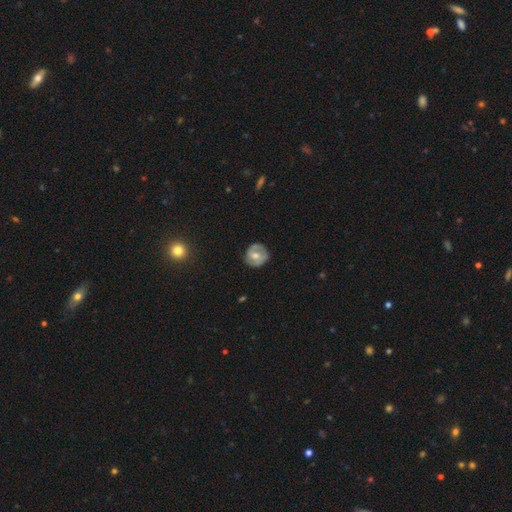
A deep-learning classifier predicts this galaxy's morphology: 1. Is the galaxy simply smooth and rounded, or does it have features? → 50% featured or disk, 43% smooth, 7% star or artifact.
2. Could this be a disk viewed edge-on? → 96% no, 4% yes.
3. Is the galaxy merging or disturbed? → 79% none, 16% minor disturbance, 4% major disturbance, 1% merger.